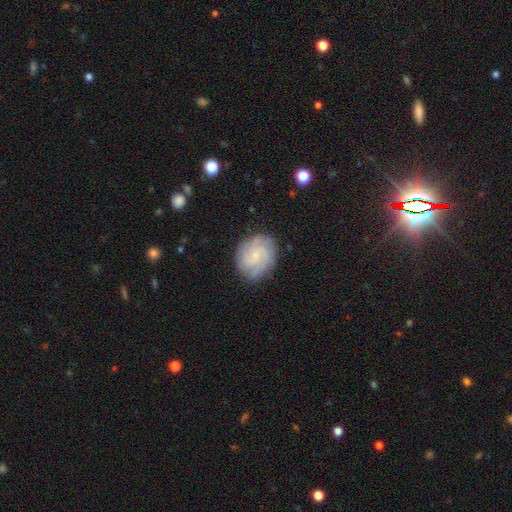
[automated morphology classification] smooth-or-featured: featured or disk: 66% | smooth: 27% | star or artifact: 8%
  disk-edge-on: no: 98% | yes: 2%
    bar: no: 70% | weak: 27% | strong: 3%
    has-spiral-arms: yes: 93% | no: 7%
      spiral-winding: tight: 55% | medium: 35% | loose: 9%
      spiral-arm-count: can't tell: 30% | 3: 29% | 4: 15% | 2: 14% | more than 4: 6% | 1: 6%
    bulge-size: small: 70% | moderate: 15% | none: 13% | large: 1% | dominant: 1%
  merging: none: 79% | minor disturbance: 15% | major disturbance: 5% | merger: 1%